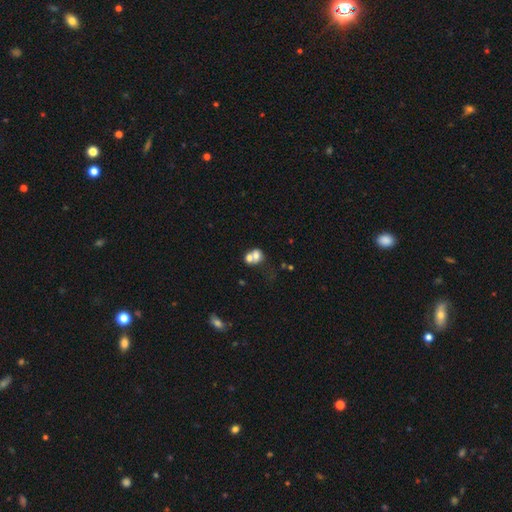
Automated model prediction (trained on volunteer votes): smooth-or-featured: smooth: 63% | featured or disk: 25% | star or artifact: 12%
  how-rounded: round: 57% | in between: 42% | cigar-shaped: 1%
  merging: merger: 63% | none: 23% | minor disturbance: 8% | major disturbance: 6%